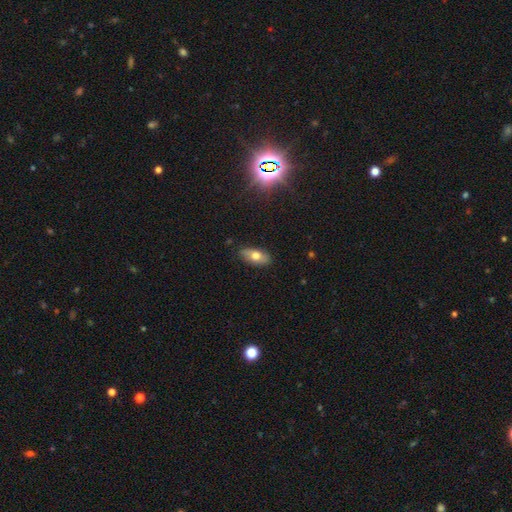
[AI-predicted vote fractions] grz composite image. It shows a smooth galaxy with no disk features (68%) that is in between round and cigar-shaped (86%). Merging: none (85%).